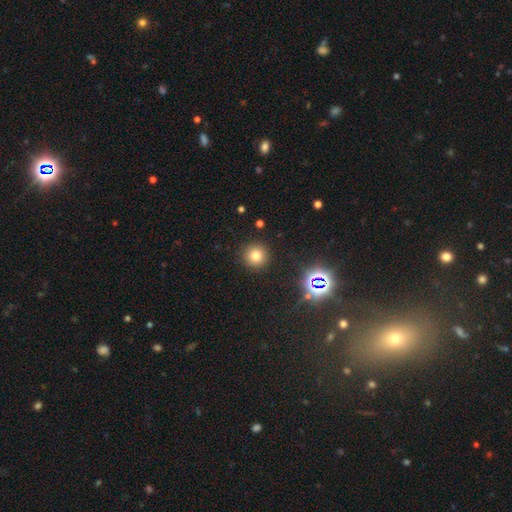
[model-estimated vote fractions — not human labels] Overall: smooth (74%). How rounded: round (95%). Merging: none (91%).